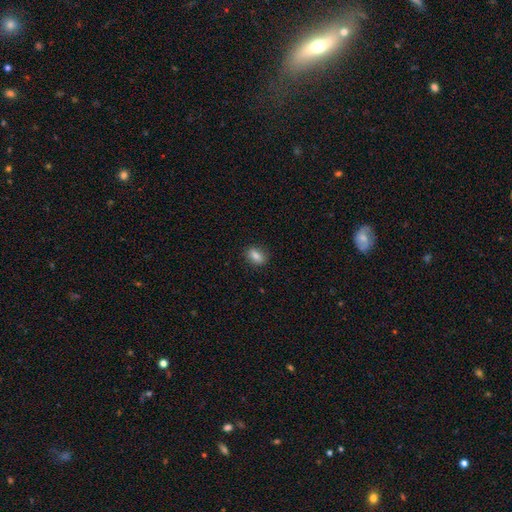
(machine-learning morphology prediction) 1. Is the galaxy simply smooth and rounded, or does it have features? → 80% smooth, 12% featured or disk, 9% star or artifact.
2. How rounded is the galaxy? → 74% in between, 17% round, 8% cigar-shaped.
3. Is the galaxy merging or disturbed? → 86% none, 10% minor disturbance, 2% major disturbance, 1% merger.